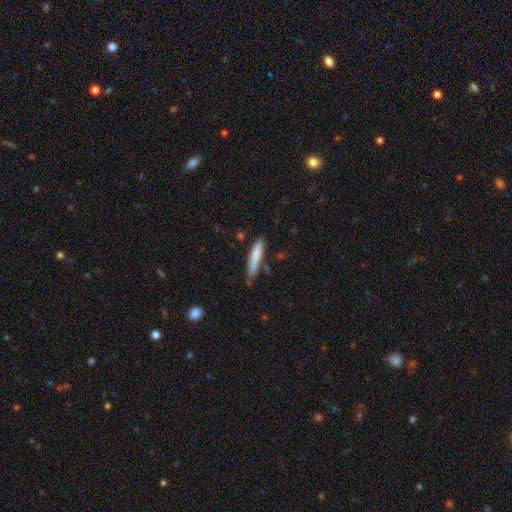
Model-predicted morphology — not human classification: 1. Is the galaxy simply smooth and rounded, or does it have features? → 79% smooth, 15% featured or disk, 6% star or artifact.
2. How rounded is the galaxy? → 87% cigar-shaped, 12% in between, 1% round.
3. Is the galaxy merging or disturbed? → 72% none, 21% minor disturbance, 4% merger, 3% major disturbance.